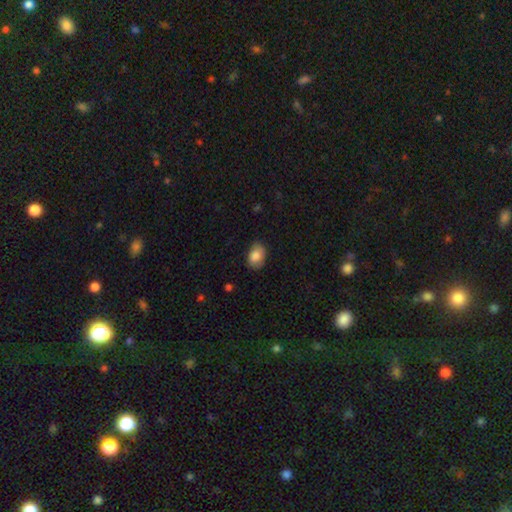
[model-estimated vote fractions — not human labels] Q: Smooth or featured?
A: smooth (84%); runner-up: featured or disk (9%)
Q: How rounded?
A: in between (81%); runner-up: round (18%)
Q: Merging?
A: none (77%); runner-up: minor disturbance (18%)